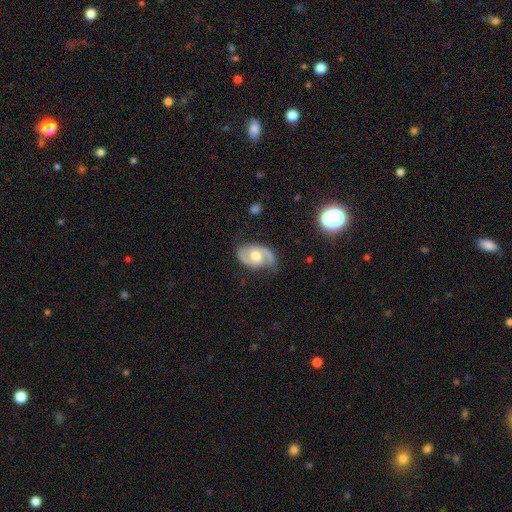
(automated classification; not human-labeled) Morphology: type=featured or disk (82%); edge-on=no (96%); bar=no (54%); spiral arms=yes (93%); winding=medium (51%); arm count=2 (86%); bulge=moderate (74%); merging=none (73%).